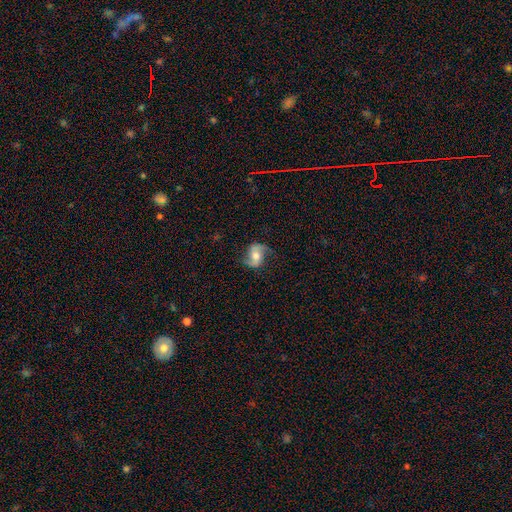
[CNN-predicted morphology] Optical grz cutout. It shows a featured or disk galaxy (75%) with no bar (52%), 2 (92%) loose (58%) spiral arms (94%) and a moderate central bulge (68%). Merging: none (76%).